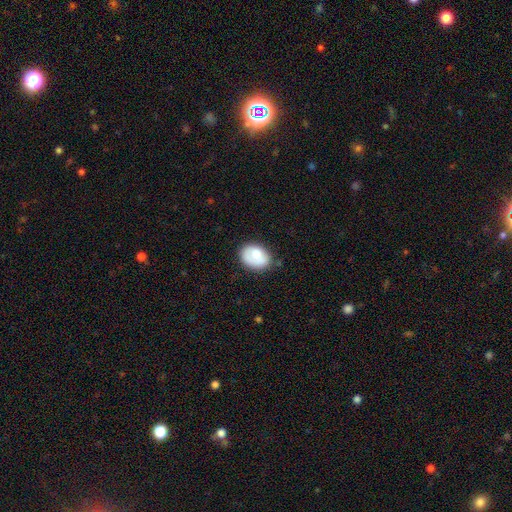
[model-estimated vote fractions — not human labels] Smooth or featured?
  - smooth: 71% *
  - featured or disk: 23%
  - star or artifact: 7%
How rounded?
  - in between: 68% *
  - round: 32%
  - cigar-shaped: 1%
Merging?
  - none: 68% *
  - minor disturbance: 23%
  - major disturbance: 7%
  - merger: 3%